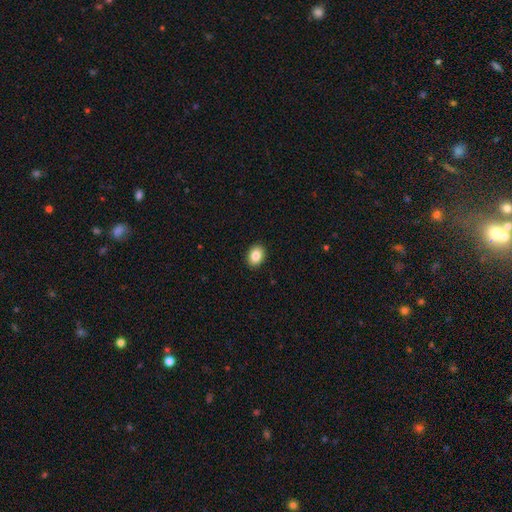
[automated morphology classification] Smooth or featured?
  - smooth: 85% *
  - star or artifact: 8%
  - featured or disk: 6%
How rounded?
  - in between: 69% *
  - round: 30%
  - cigar-shaped: 1%
Merging?
  - none: 91% *
  - minor disturbance: 6%
  - major disturbance: 2%
  - merger: 1%